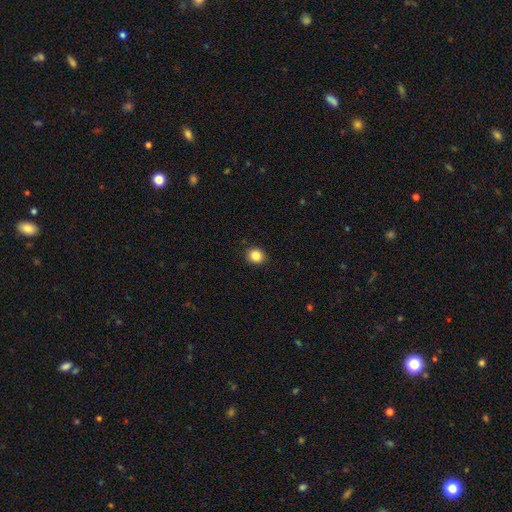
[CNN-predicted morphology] A smooth galaxy with no disk features (85%) that is round (82%).

Vote fractions:
- Smooth or featured? smooth: 85% / star or artifact: 10% / featured or disk: 4%
- How rounded? round: 82% / in between: 17% / cigar-shaped: 1%
- Merging? none: 91% / minor disturbance: 6% / major disturbance: 2% / merger: 1%